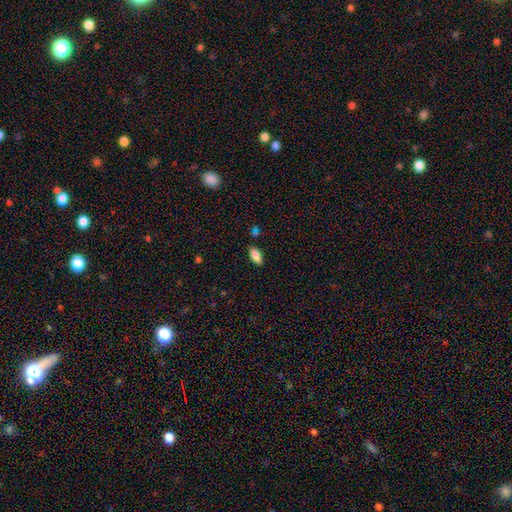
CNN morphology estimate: Smooth or featured? smooth (86%)
How rounded? in between (88%)
Merging? none (84%)